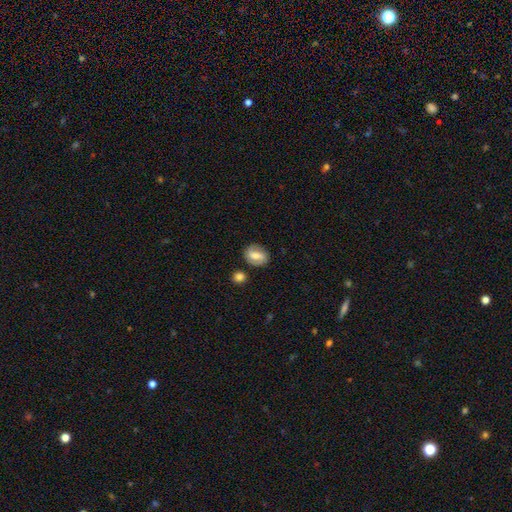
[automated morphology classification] This is possibly a featured or disk galaxy (50%). It is clearly not viewed edge-on (96%). Merging: likely none (78%).